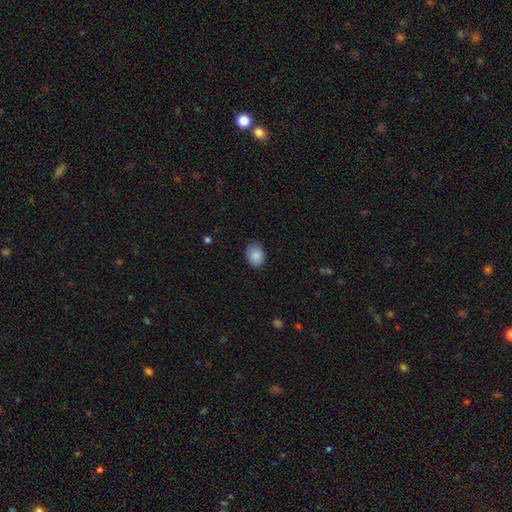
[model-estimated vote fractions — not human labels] smooth 88%, star or artifact 8%, featured or disk 5%. Down the decision tree: how rounded — in between (64%); merging — none (83%).